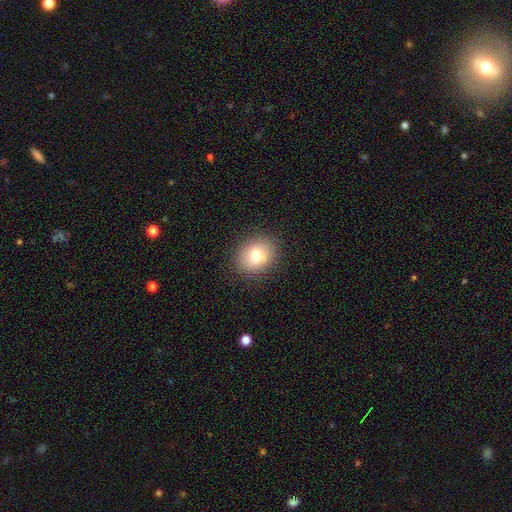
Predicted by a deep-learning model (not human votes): Smooth or featured: smooth — 72% (featured or disk — 18%)
How rounded: round — 57% (in between — 42%)
Merging: none — 82% (minor disturbance — 11%)